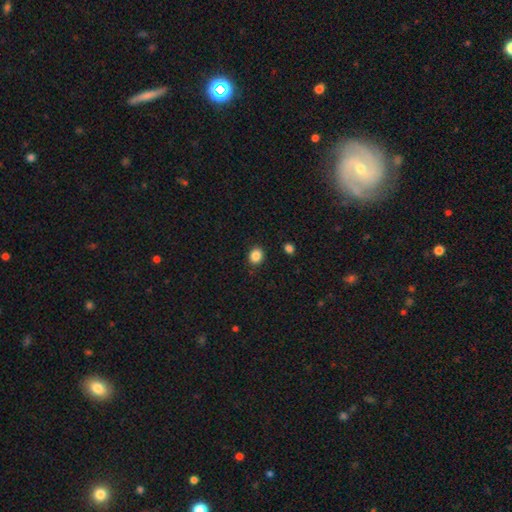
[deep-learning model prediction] A smooth galaxy with no disk features (86%) that is round (70%).

Vote fractions:
- Smooth or featured? smooth: 86% / star or artifact: 10% / featured or disk: 4%
- How rounded? round: 70% / in between: 29% / cigar-shaped: 1%
- Merging? none: 89% / minor disturbance: 7% / major disturbance: 2% / merger: 2%